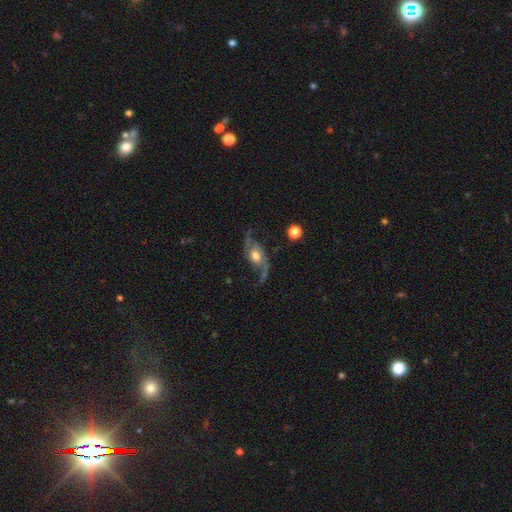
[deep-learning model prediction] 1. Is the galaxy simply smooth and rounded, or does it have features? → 85% featured or disk, 9% smooth, 6% star or artifact.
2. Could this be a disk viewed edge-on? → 95% no, 5% yes.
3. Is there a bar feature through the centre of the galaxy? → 59% no, 32% weak, 9% strong.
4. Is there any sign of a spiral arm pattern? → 95% yes, 5% no.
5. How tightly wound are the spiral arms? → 73% loose, 22% medium, 6% tight.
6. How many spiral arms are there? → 91% 2, 3% 1, 2% can't tell, 1% 3, 1% 4, 1% more than 4.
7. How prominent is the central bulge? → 62% moderate, 23% large, 11% small, 2% dominant, 2% none.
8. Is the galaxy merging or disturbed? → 61% none, 18% minor disturbance, 17% major disturbance, 3% merger.